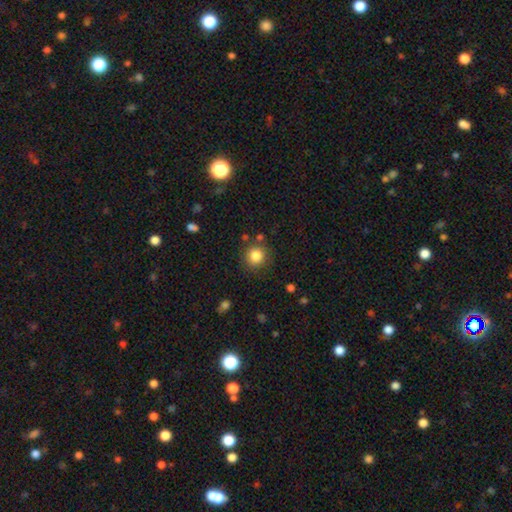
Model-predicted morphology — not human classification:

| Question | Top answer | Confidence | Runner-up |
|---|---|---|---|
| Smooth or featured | smooth | 83% | star or artifact (11%) |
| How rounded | round | 91% | in between (8%) |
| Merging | none | 83% | minor disturbance (9%) |